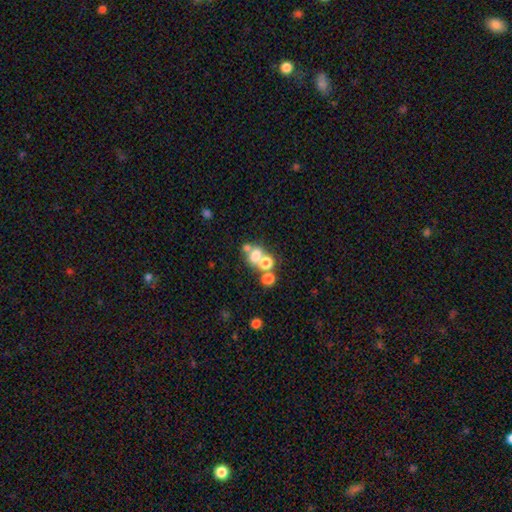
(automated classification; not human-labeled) Q: Smooth or featured?
A: smooth (63%); runner-up: featured or disk (19%)
Q: How rounded?
A: round (60%); runner-up: in between (38%)
Q: Merging?
A: merger (47%); runner-up: none (40%)